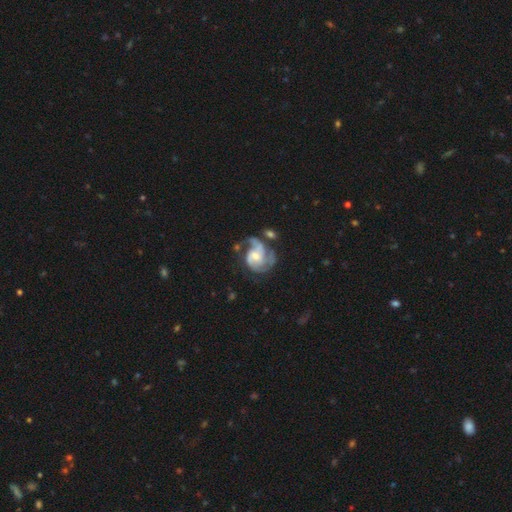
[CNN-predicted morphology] A featured or disk galaxy (84%) with no bar (53%), 2 (39%) medium (46%) spiral arms (94%) and a moderate central bulge (44%). Merging: none (42%).